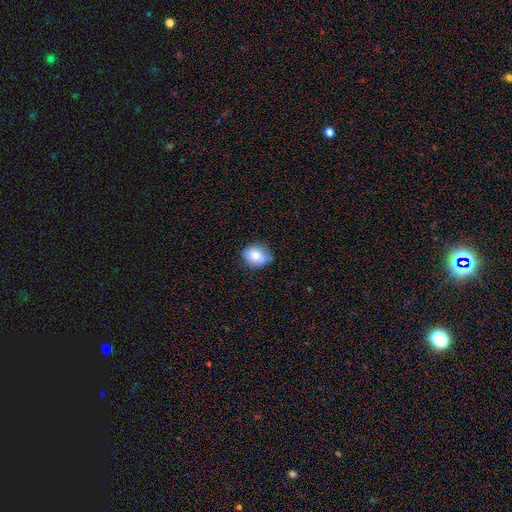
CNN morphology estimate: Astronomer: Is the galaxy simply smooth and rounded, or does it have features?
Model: smooth — 75%.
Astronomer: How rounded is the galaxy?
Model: round — 50% (runner-up: in between, 49%).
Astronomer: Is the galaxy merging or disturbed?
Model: none — 65%.